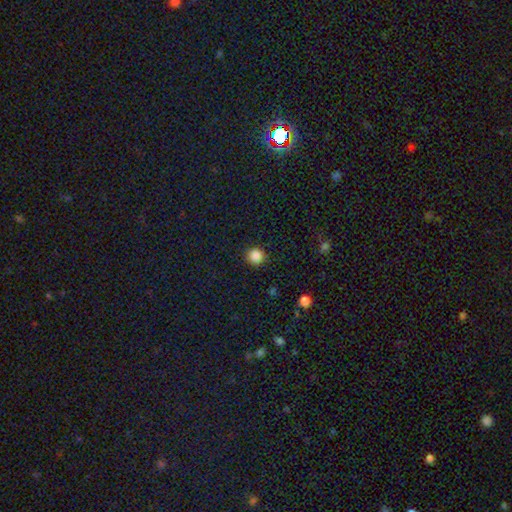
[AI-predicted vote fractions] smooth_or_featured: smooth (p=0.86) [alt: star or artifact p=0.11]
how_rounded: round (p=0.93) [alt: in between p=0.06]
merging: none (p=0.90) [alt: minor disturbance p=0.07]